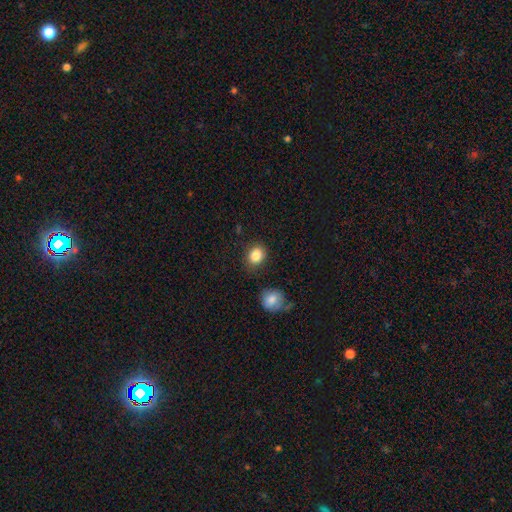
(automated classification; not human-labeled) Smooth or featured? smooth (85%)
How rounded? round (52%)
Merging? none (80%)